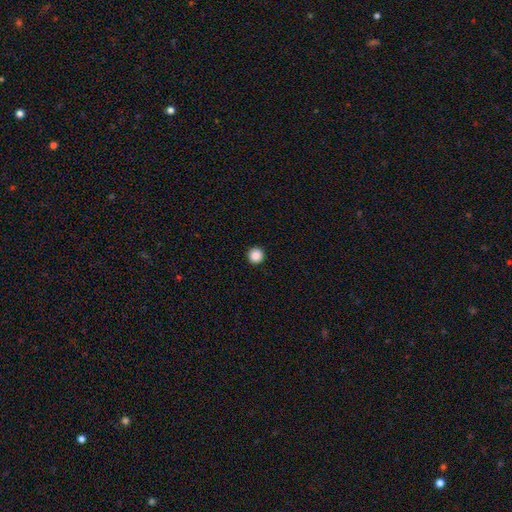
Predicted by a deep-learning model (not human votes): smooth-or-featured: smooth: 87% | star or artifact: 10% | featured or disk: 3%
  how-rounded: round: 97% | in between: 2% | cigar-shaped: 1%
  merging: none: 94% | minor disturbance: 4% | major disturbance: 1% | merger: 1%